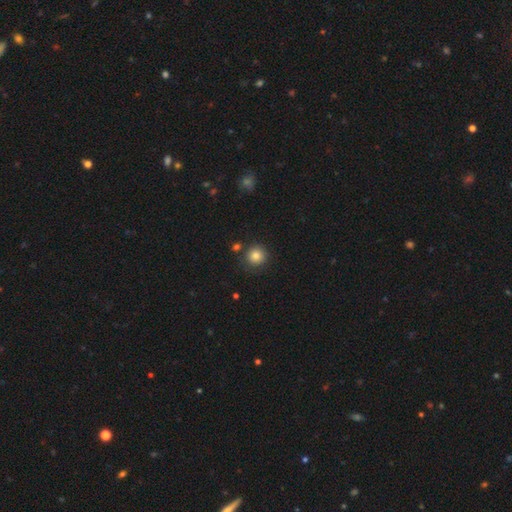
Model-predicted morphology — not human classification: Smooth or featured: smooth — 83% (star or artifact — 11%)
How rounded: round — 93% (in between — 7%)
Merging: none — 83% (minor disturbance — 9%)